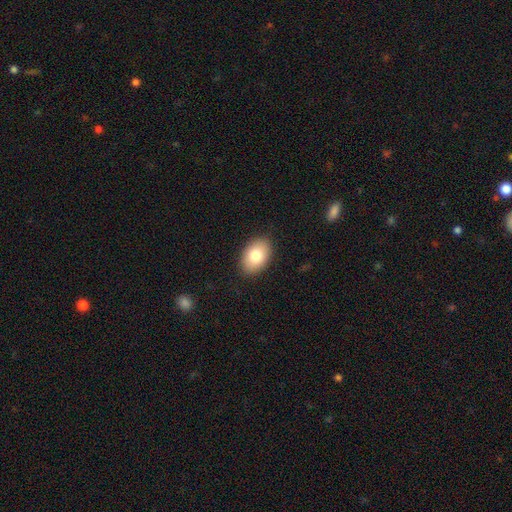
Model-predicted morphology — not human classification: Smooth or featured?
  - smooth: 80% *
  - featured or disk: 13%
  - star or artifact: 7%
How rounded?
  - in between: 87% *
  - round: 12%
  - cigar-shaped: 1%
Merging?
  - none: 88% *
  - minor disturbance: 9%
  - major disturbance: 2%
  - merger: 1%